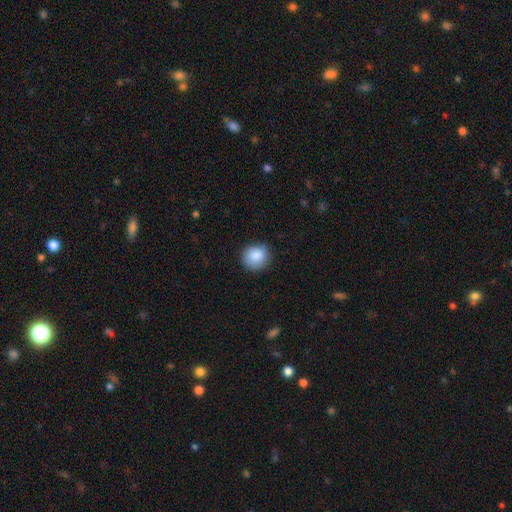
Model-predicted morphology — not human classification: type=smooth (88%); roundness=round (85%); merging=none (84%).